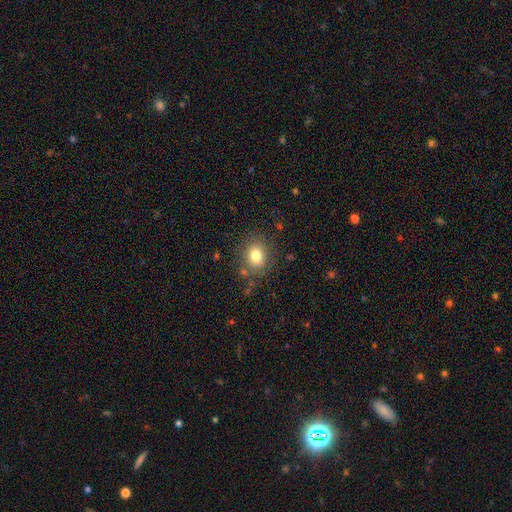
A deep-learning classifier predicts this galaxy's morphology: smooth_or_featured: smooth (p=0.79) [alt: star or artifact p=0.11]
how_rounded: round (p=0.58) [alt: in between p=0.41]
merging: none (p=0.82) [alt: minor disturbance p=0.11]